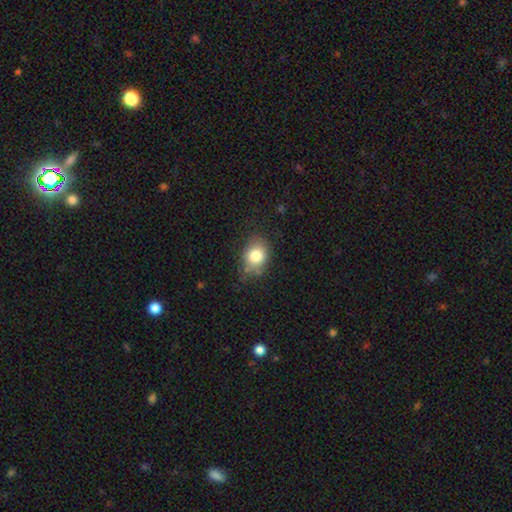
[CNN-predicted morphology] A smooth galaxy with no disk features (79%) that is round (53%).

Vote fractions:
- Smooth or featured? smooth: 79% / featured or disk: 10% / star or artifact: 10%
- How rounded? round: 53% / in between: 46% / cigar-shaped: 1%
- Merging? none: 68% / minor disturbance: 23% / major disturbance: 6% / merger: 3%